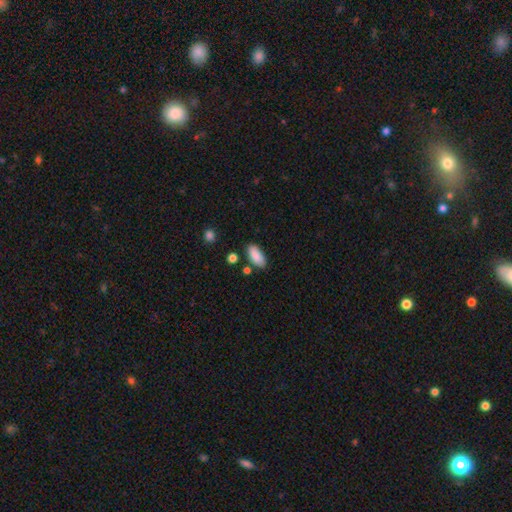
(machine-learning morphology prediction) smooth-or-featured: smooth: 88% | star or artifact: 7% | featured or disk: 5%
  how-rounded: in between: 86% | cigar-shaped: 11% | round: 2%
  merging: none: 79% | minor disturbance: 13% | merger: 5% | major disturbance: 3%